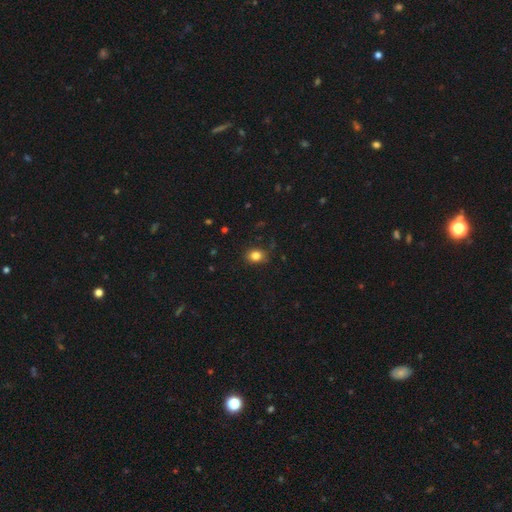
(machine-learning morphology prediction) This is clearly a smooth galaxy (83%). How rounded: possibly round (55%). Merging: clearly none (83%).